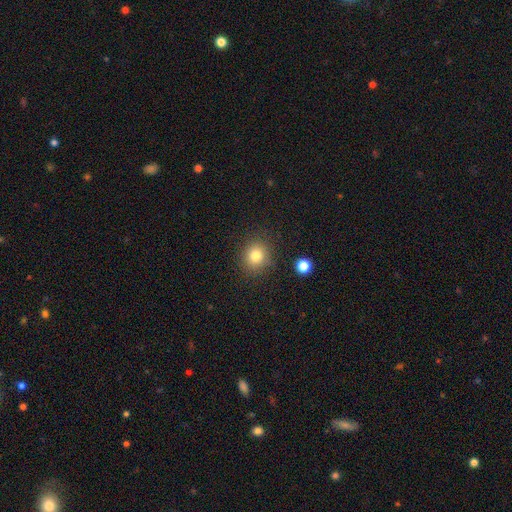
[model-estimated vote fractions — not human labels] smooth-or-featured: smooth: 80% | star or artifact: 12% | featured or disk: 7%
  how-rounded: round: 84% | in between: 15% | cigar-shaped: 1%
  merging: none: 86% | minor disturbance: 9% | major disturbance: 3% | merger: 2%